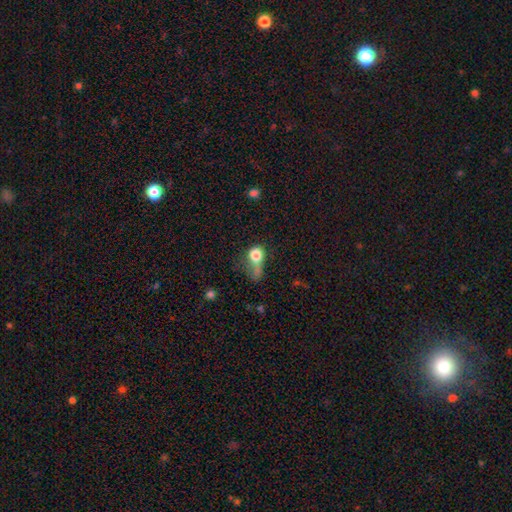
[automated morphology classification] smooth-or-featured: smooth: 74% | featured or disk: 16% | star or artifact: 10%
  how-rounded: round: 55% | in between: 41% | cigar-shaped: 4%
  merging: major disturbance: 49% | minor disturbance: 20% | none: 17% | merger: 14%